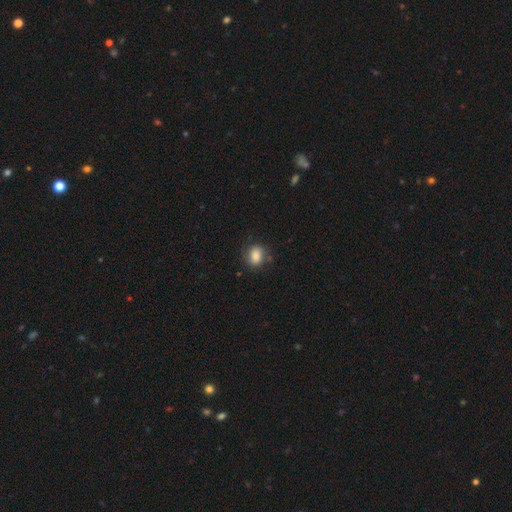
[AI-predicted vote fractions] smooth 82%, featured or disk 9%, star or artifact 9%. Down the decision tree: how rounded — in between (54%); merging — none (73%).